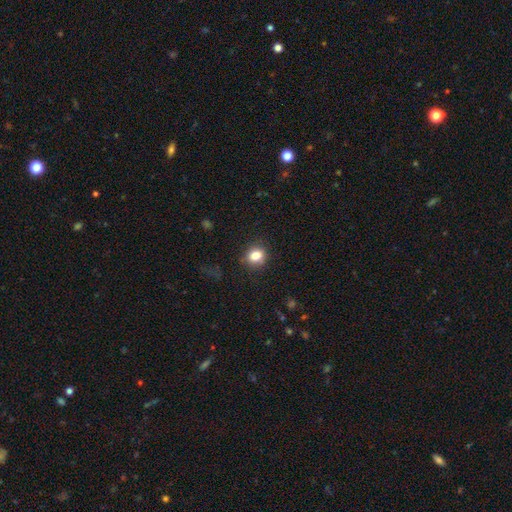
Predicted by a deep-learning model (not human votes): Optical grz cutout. It shows a smooth galaxy with no disk features (82%) that is round (60%). Merging: none (82%).